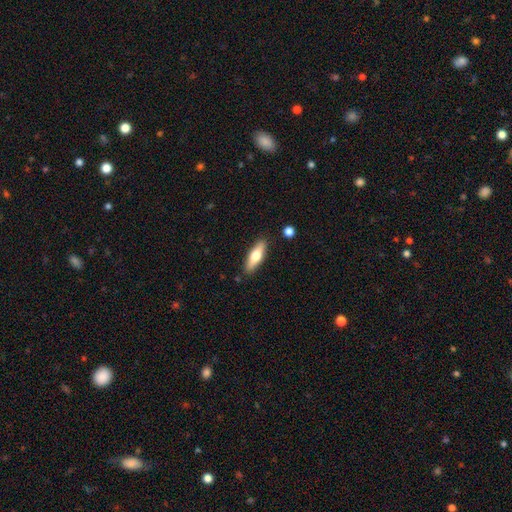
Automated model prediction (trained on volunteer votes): smooth 61%, featured or disk 33%, star or artifact 6%. Down the decision tree: how rounded — cigar-shaped (50%); merging — none (86%).